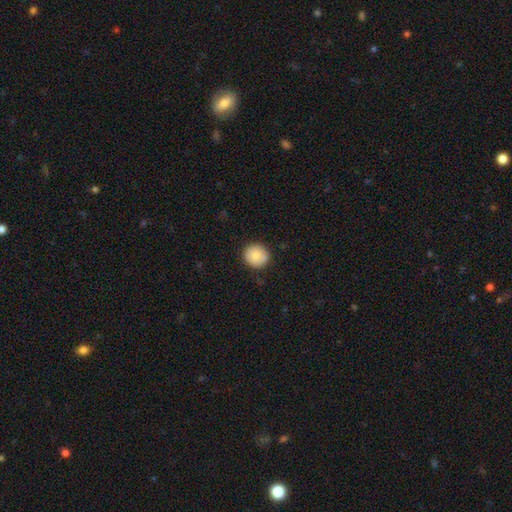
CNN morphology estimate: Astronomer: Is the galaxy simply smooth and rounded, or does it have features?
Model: smooth — 81%.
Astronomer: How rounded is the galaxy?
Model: round — 92%.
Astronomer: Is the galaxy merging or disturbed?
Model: none — 87%.